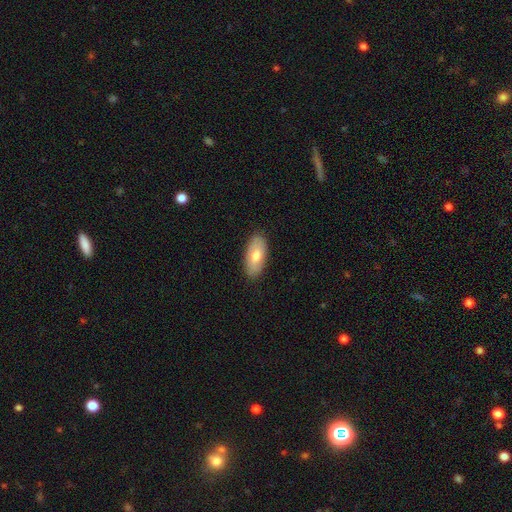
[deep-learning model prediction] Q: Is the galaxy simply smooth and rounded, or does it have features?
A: smooth — 69%.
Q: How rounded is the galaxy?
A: in between — 91%.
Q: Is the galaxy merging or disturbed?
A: none — 87%.